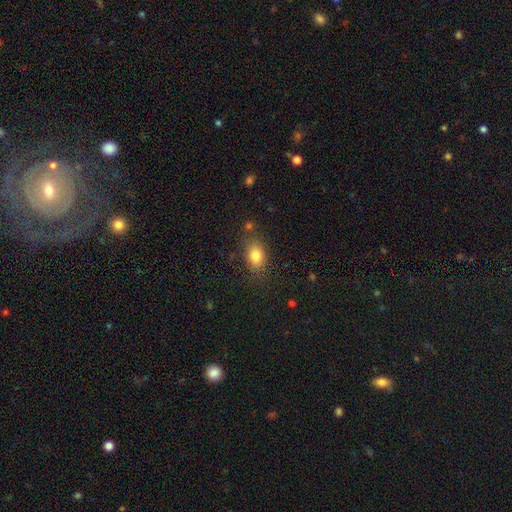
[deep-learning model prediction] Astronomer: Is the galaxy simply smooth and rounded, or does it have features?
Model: smooth — 81%.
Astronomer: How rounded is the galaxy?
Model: in between — 80%.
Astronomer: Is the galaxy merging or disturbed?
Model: none — 78%.